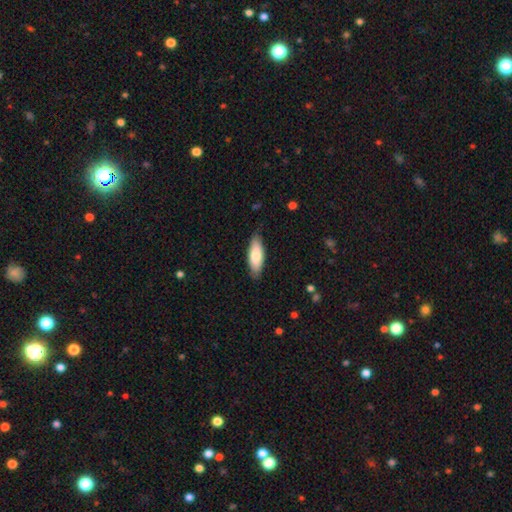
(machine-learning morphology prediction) Smooth or featured: smooth — 77% (featured or disk — 17%)
How rounded: in between — 67% (cigar-shaped — 32%)
Merging: none — 82% (minor disturbance — 15%)